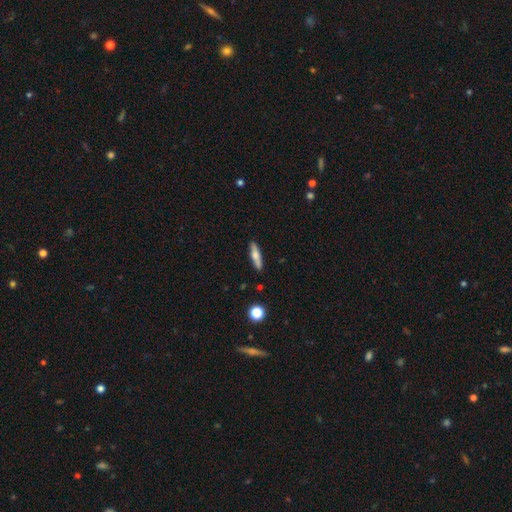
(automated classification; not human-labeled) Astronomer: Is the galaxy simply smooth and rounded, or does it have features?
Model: smooth — 60%.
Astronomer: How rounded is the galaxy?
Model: cigar-shaped — 78%.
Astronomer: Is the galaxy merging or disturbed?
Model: none — 88%.